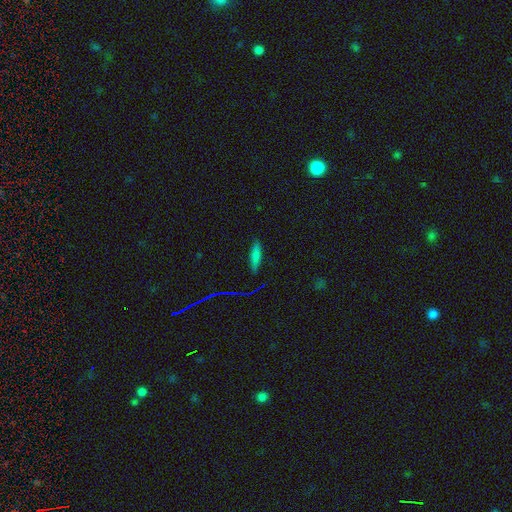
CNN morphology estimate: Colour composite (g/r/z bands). It shows a smooth galaxy with no disk features (70%) that is cigar-shaped (73%). Merging: none (85%).